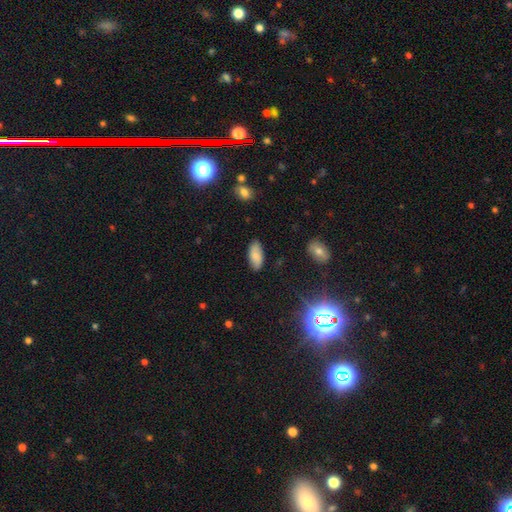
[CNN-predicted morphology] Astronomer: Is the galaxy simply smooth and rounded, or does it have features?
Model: smooth — 79%.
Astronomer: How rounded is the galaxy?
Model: in between — 90%.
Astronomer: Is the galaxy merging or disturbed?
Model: none — 85%.